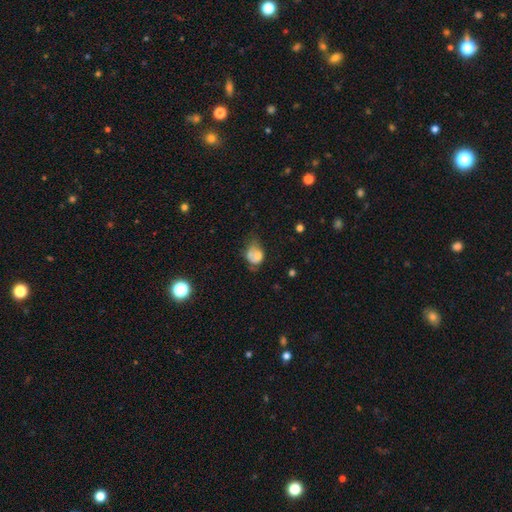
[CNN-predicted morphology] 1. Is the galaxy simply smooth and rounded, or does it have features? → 57% smooth, 31% featured or disk, 11% star or artifact.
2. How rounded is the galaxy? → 62% in between, 37% round, 1% cigar-shaped.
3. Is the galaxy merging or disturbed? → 29% major disturbance, 27% minor disturbance, 24% none, 20% merger.